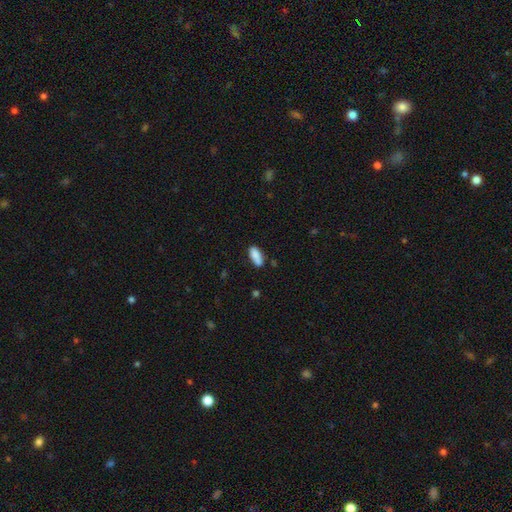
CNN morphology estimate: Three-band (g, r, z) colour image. It shows a smooth galaxy with no disk features (87%) that is in between round and cigar-shaped (83%). Merging: none (75%).